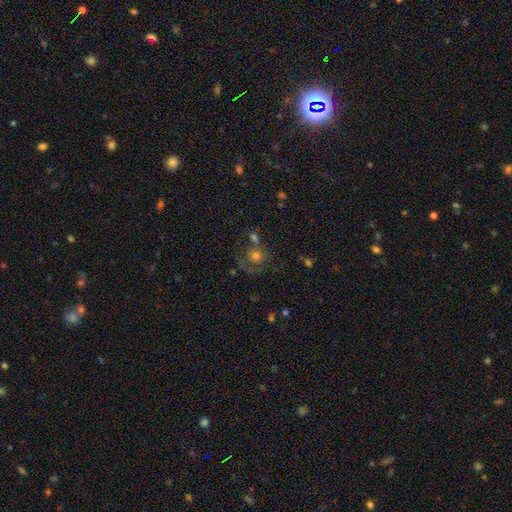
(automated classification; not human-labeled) Morphology: type=featured or disk (42%); merging=none (44%).